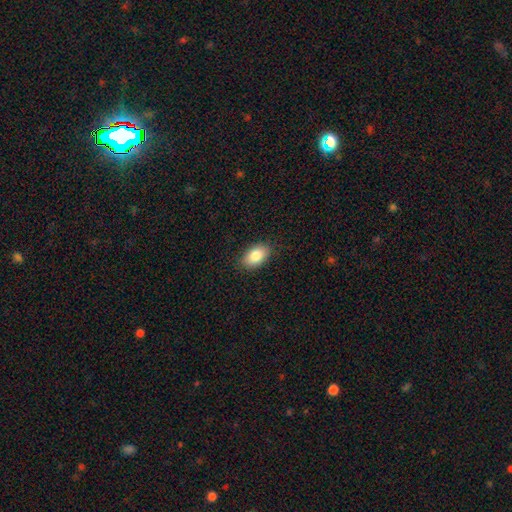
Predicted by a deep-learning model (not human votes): Smooth or featured?
  - smooth: 86% *
  - featured or disk: 7%
  - star or artifact: 7%
How rounded?
  - in between: 93% *
  - round: 6%
  - cigar-shaped: 2%
Merging?
  - none: 87% *
  - minor disturbance: 10%
  - major disturbance: 2%
  - merger: 1%